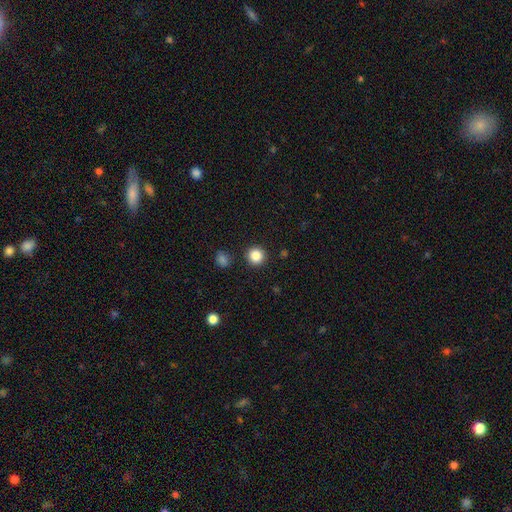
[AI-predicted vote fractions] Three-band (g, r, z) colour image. It shows a smooth galaxy with no disk features (86%) that is round (94%). Merging: none (91%).